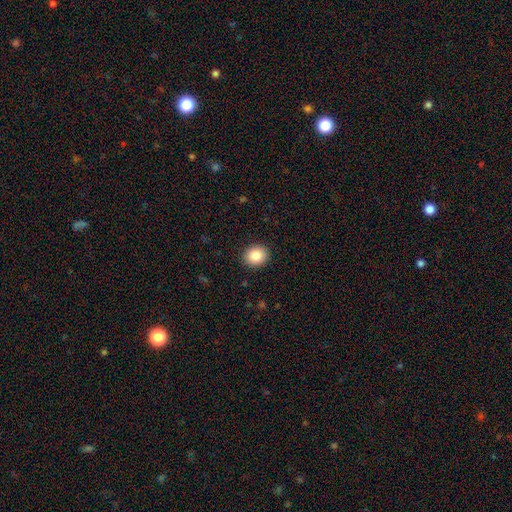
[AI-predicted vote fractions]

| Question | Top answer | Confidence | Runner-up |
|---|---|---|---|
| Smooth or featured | smooth | 85% | star or artifact (9%) |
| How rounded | round | 69% | in between (30%) |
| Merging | none | 91% | minor disturbance (6%) |